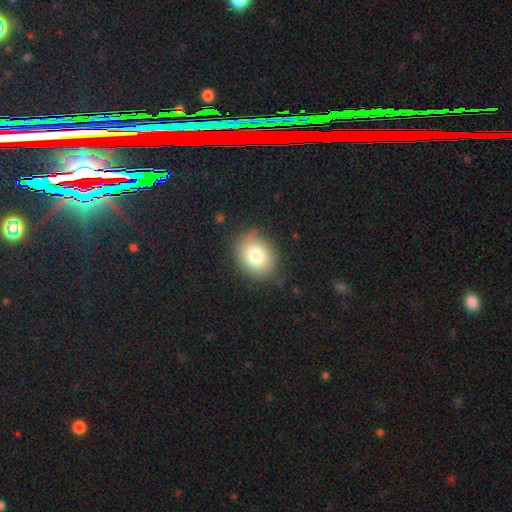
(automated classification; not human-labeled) The model was most divided on "how rounded": in between: 53%, round: 46%, cigar-shaped: 1%. More confident: merging — none (80%); smooth or featured — smooth (80%).